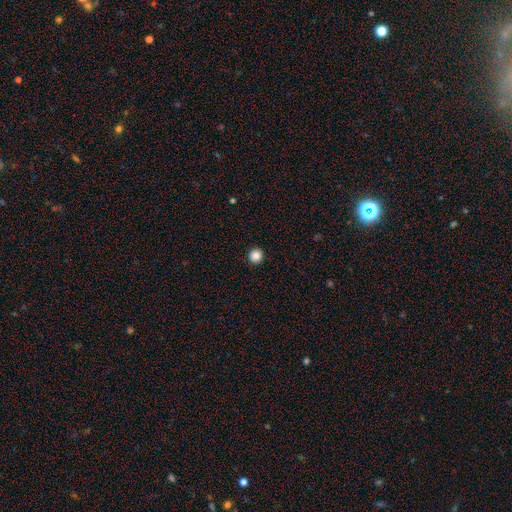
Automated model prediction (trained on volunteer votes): Smooth or featured: smooth — 87% (star or artifact — 10%)
How rounded: round — 95% (in between — 4%)
Merging: none — 93% (minor disturbance — 4%)